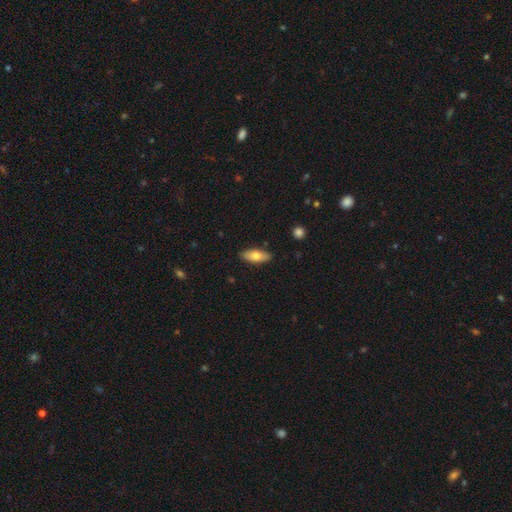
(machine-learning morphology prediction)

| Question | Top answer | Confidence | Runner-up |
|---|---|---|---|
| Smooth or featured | smooth | 71% | featured or disk (23%) |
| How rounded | in between | 78% | cigar-shaped (19%) |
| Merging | none | 88% | minor disturbance (9%) |